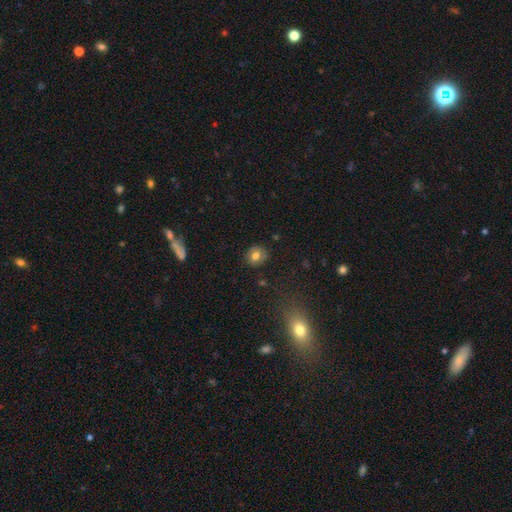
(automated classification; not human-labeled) Overall: smooth (76%). How rounded: round (76%). Merging: none (86%).